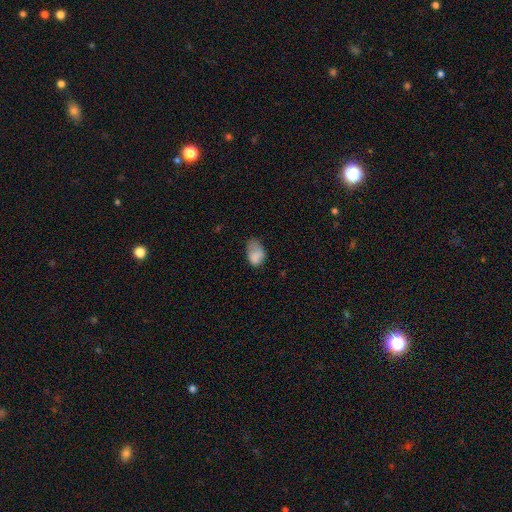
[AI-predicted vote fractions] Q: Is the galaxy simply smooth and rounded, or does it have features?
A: smooth — 79%.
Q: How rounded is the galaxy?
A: in between — 85%.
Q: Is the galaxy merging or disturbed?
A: minor disturbance — 40%.